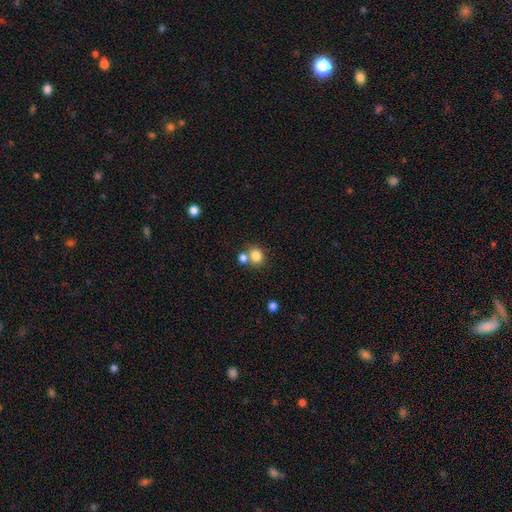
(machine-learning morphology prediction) Overall: smooth (82%). How rounded: round (69%; in between 30%). Merging: none (53%; merger 35%).